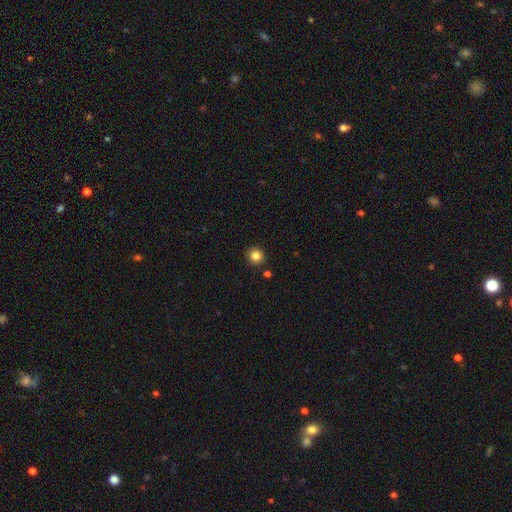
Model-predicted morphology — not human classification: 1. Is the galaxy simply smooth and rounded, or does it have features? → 84% smooth, 11% star or artifact, 4% featured or disk.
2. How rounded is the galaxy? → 93% round, 6% in between, 1% cigar-shaped.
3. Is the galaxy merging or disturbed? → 91% none, 5% minor disturbance, 2% merger, 2% major disturbance.